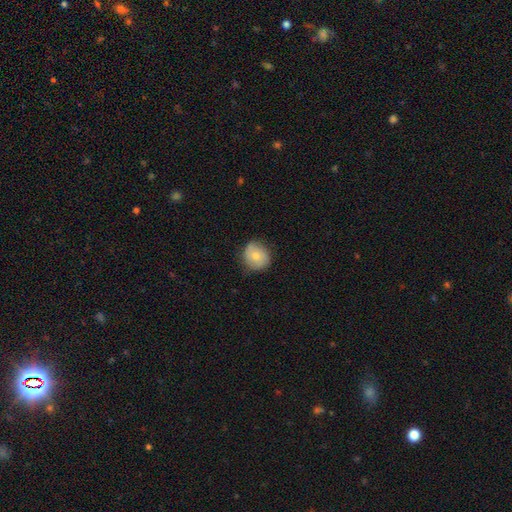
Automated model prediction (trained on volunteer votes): smooth 70%, featured or disk 23%, star or artifact 7%. Down the decision tree: how rounded — round (83%); merging — none (79%).